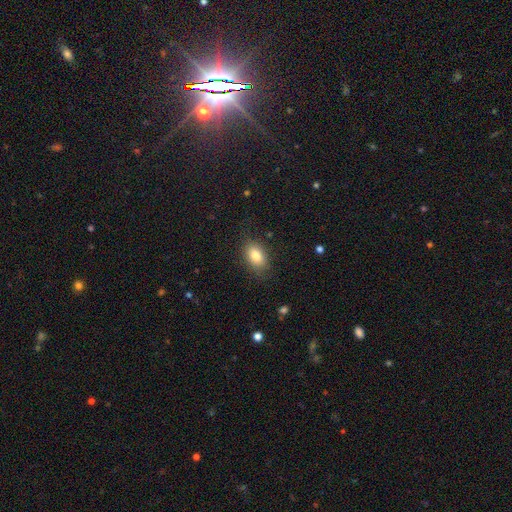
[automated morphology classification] smooth 82%, featured or disk 10%, star or artifact 8%. Down the decision tree: how rounded — in between (87%); merging — none (80%).